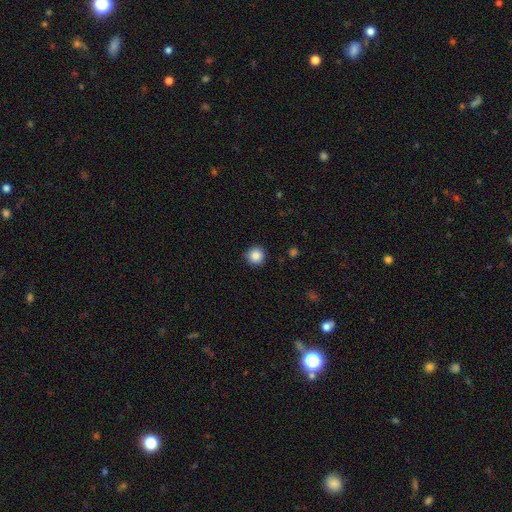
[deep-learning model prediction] This is clearly a smooth galaxy (87%). How rounded: clearly round (95%). Merging: clearly none (91%).